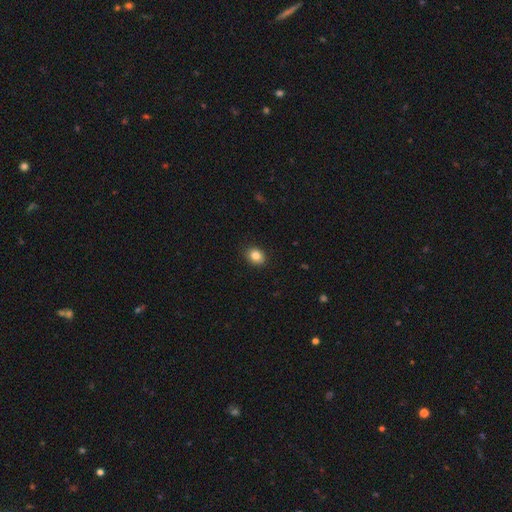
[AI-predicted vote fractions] Overall: smooth (84%). How rounded: in between (53%; round 46%). Merging: none (90%).